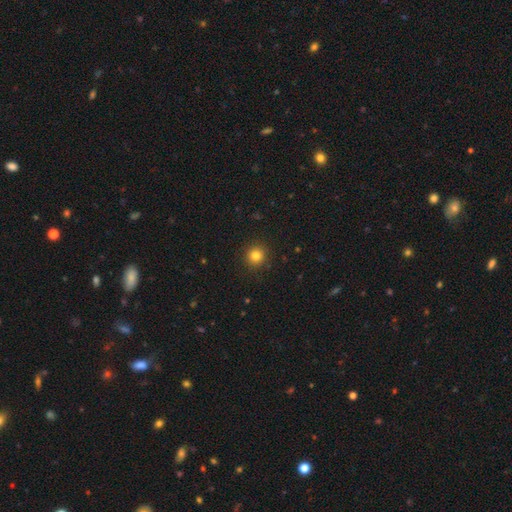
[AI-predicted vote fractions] A smooth galaxy with no disk features (82%) that is round (93%). Merging: none (92%).